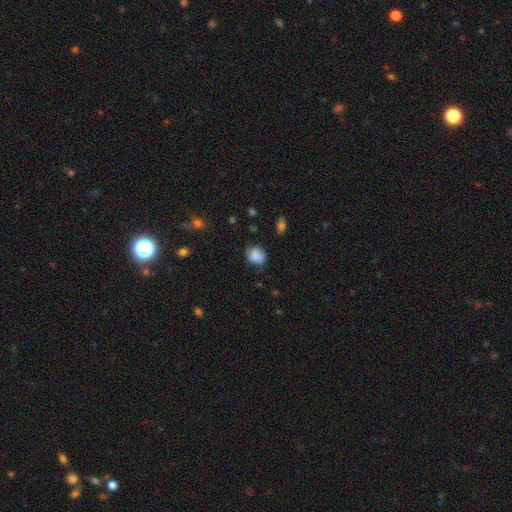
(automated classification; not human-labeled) A smooth galaxy with no disk features (79%) that is round (58%). Merging: none (62%).